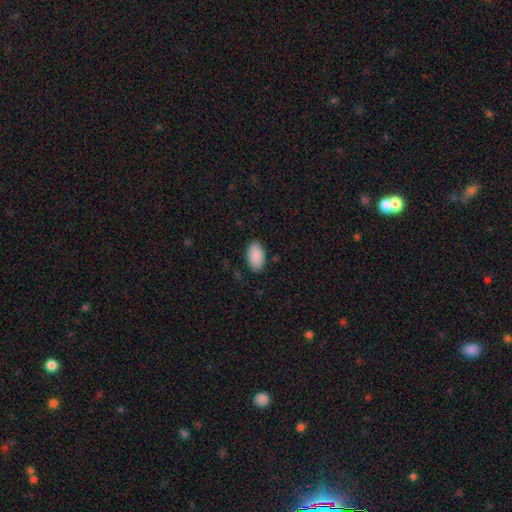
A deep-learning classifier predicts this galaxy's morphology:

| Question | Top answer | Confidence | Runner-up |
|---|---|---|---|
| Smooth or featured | smooth | 88% | star or artifact (6%) |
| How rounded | in between | 95% | round (4%) |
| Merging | none | 83% | minor disturbance (13%) |